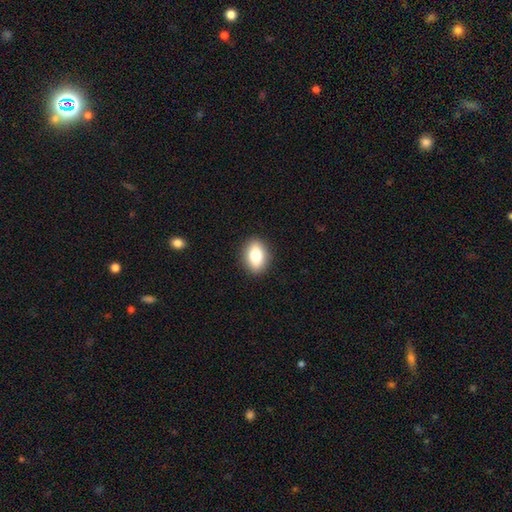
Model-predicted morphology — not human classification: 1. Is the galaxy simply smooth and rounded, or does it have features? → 75% smooth, 17% featured or disk, 9% star or artifact.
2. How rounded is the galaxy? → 76% in between, 21% round, 3% cigar-shaped.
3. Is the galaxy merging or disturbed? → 89% none, 7% minor disturbance, 2% major disturbance, 1% merger.